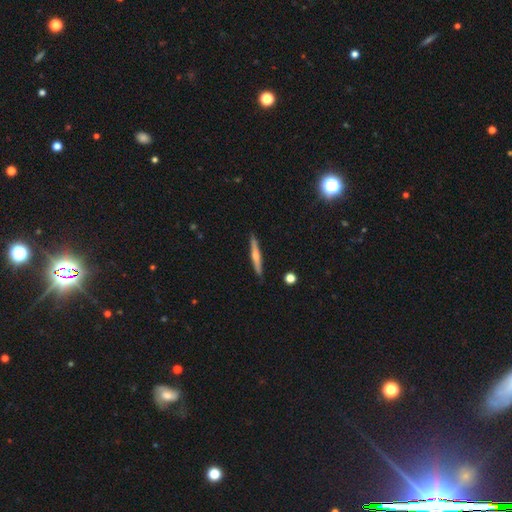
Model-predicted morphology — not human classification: type=featured or disk (56%); edge-on=yes (96%); edge-on bulge=rounded (78%); merging=none (89%).